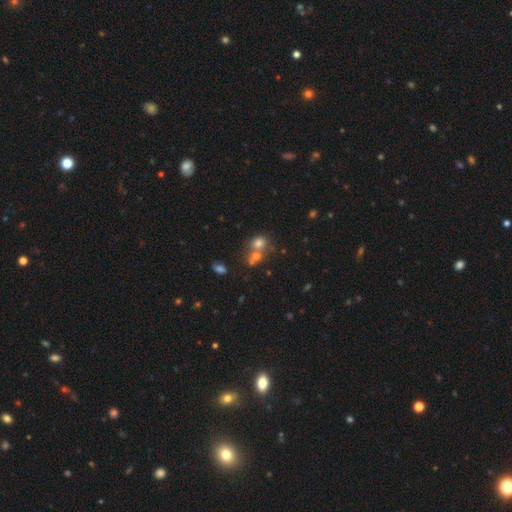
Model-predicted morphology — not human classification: Overall: smooth (61%; star or artifact 22%). How rounded: round (73%). Merging: merger (52%; none 37%).